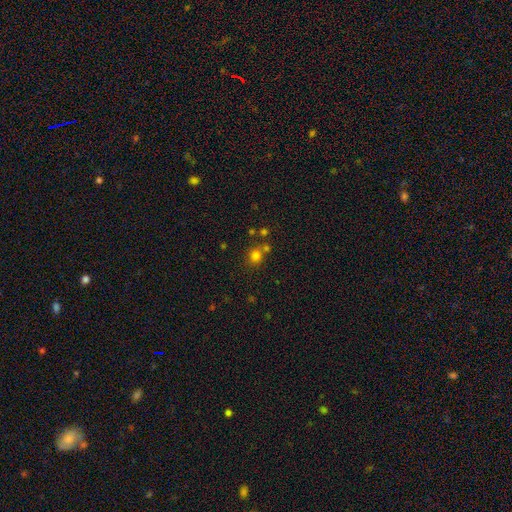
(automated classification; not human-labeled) Smooth or featured?
  - smooth: 75% *
  - star or artifact: 18%
  - featured or disk: 7%
How rounded?
  - round: 84% *
  - in between: 15%
  - cigar-shaped: 1%
Merging?
  - none: 68% *
  - merger: 19%
  - minor disturbance: 9%
  - major disturbance: 3%